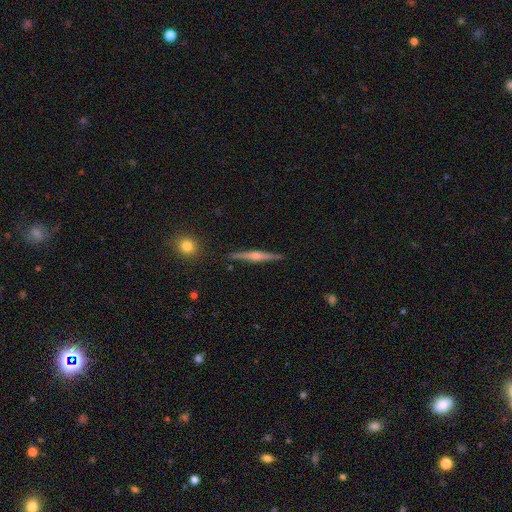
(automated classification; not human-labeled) This appears to be a featured or disk galaxy (73%) viewed edge-on (97%) with a rounded central bulge (80%). Merging: none (89%).